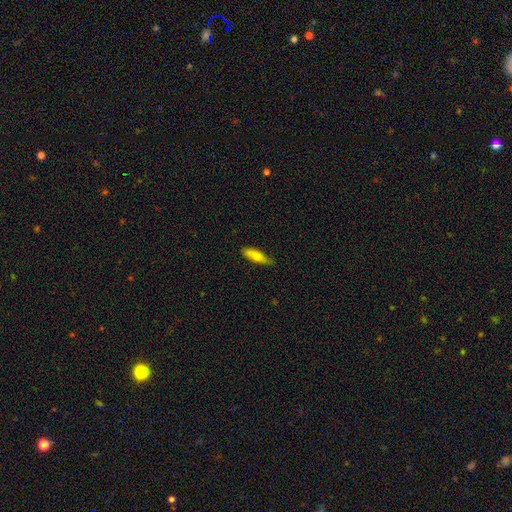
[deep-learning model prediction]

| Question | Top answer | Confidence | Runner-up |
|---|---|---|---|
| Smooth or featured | smooth | 75% | featured or disk (19%) |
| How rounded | cigar-shaped | 54% | in between (44%) |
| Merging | none | 75% | minor disturbance (21%) |